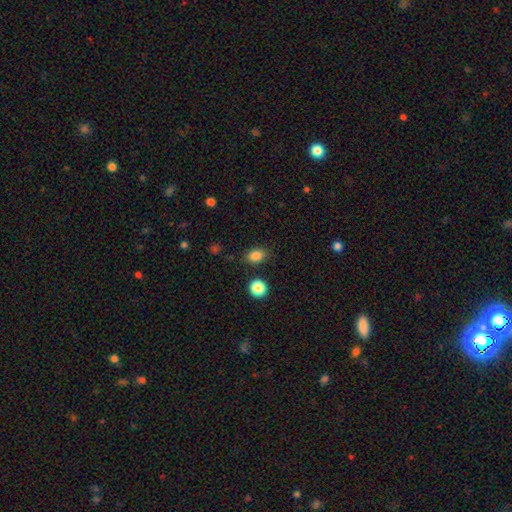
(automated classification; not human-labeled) smooth_or_featured: smooth (p=0.85) [alt: star or artifact p=0.11]
how_rounded: in between (p=0.69) [alt: round p=0.29]
merging: none (p=0.83) [alt: minor disturbance p=0.11]